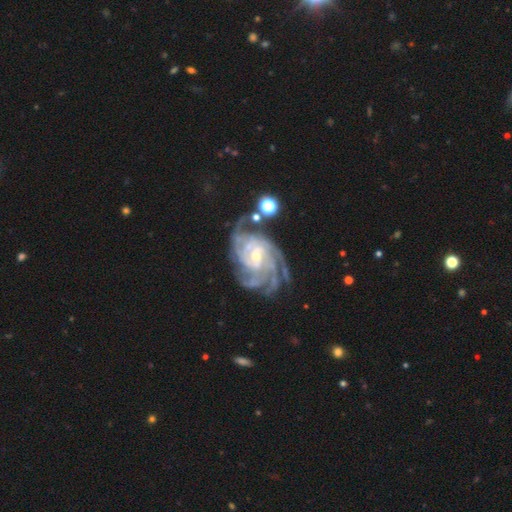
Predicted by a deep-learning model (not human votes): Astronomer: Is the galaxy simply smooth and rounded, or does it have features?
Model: featured or disk — 91%.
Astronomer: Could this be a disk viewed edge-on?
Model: no — 98%.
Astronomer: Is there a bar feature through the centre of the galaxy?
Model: no — 45% (runner-up: weak, 42%).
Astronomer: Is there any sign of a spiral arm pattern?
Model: yes — 98%.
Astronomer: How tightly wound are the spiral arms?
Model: tight — 62%.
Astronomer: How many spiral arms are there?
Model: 4 — 33% (runner-up: more than 4, 21%).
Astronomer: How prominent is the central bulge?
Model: small — 61%.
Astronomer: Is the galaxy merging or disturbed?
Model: none — 62%.